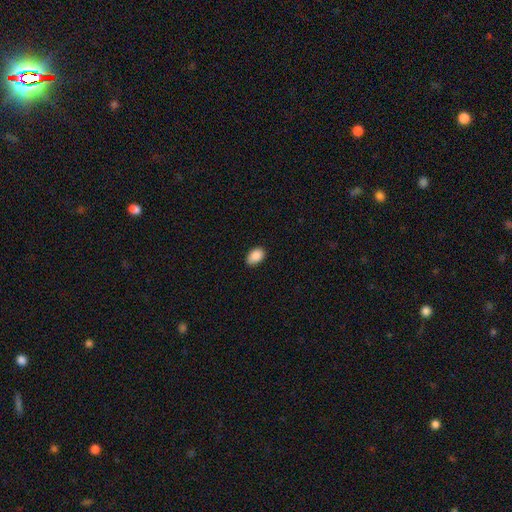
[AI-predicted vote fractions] Smooth or featured? Predicted: smooth (p=0.89). How rounded? Predicted: in between (p=0.88). Merging? Predicted: none (p=0.82).